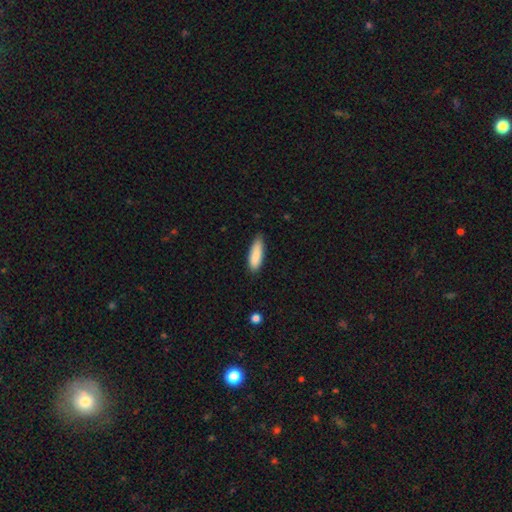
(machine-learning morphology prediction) Smooth or featured: smooth — 87% (featured or disk — 7%)
How rounded: in between — 53% (cigar-shaped — 45%)
Merging: none — 76% (minor disturbance — 20%)